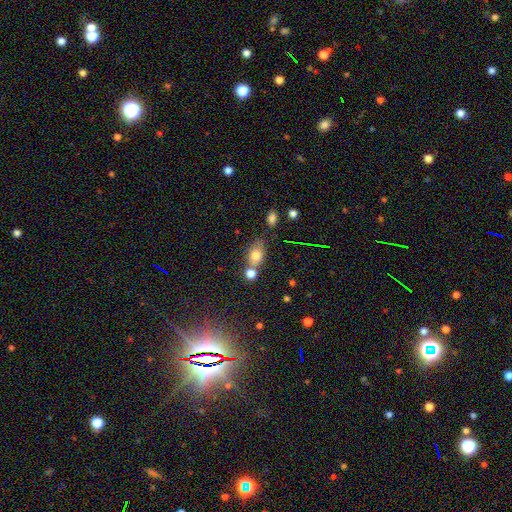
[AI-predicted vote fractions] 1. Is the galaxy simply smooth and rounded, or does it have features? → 75% smooth, 13% featured or disk, 12% star or artifact.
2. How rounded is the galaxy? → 76% in between, 20% round, 4% cigar-shaped.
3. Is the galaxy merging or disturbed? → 51% none, 29% merger, 15% minor disturbance, 5% major disturbance.